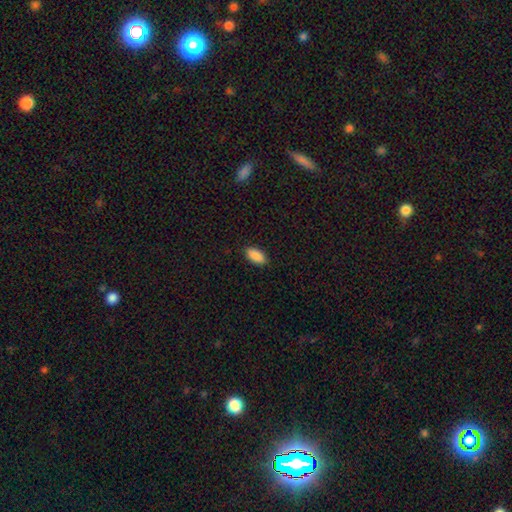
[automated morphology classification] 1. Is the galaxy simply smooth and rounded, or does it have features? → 90% smooth, 6% star or artifact, 3% featured or disk.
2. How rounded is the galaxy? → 92% in between, 6% cigar-shaped, 2% round.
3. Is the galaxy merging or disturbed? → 89% none, 8% minor disturbance, 2% major disturbance, 1% merger.